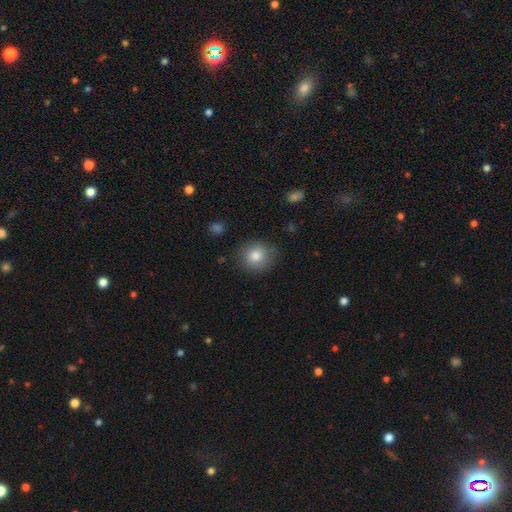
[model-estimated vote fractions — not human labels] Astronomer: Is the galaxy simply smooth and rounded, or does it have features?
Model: smooth — 82%.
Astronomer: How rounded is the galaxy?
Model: round — 75%.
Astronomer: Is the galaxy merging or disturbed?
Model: none — 83%.